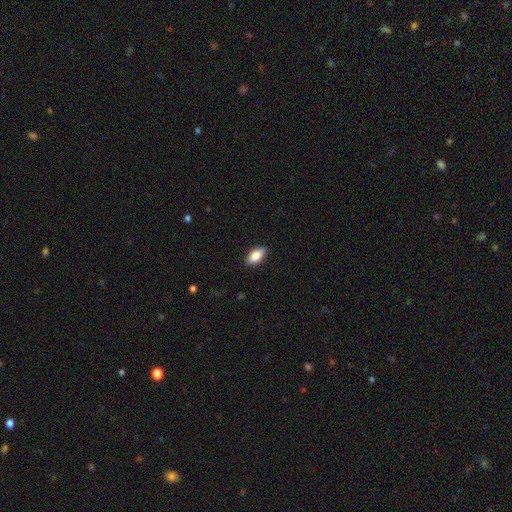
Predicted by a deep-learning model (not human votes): The model was most divided on "merging": none: 86%, minor disturbance: 11%, major disturbance: 2%, merger: 1%. More confident: how rounded — in between (90%); smooth or featured — smooth (85%).